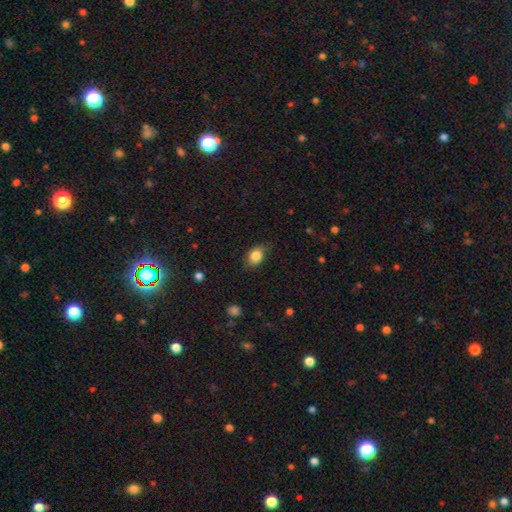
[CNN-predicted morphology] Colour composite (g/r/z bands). It shows a smooth galaxy with no disk features (84%) that is in between round and cigar-shaped (76%). Merging: none (74%).